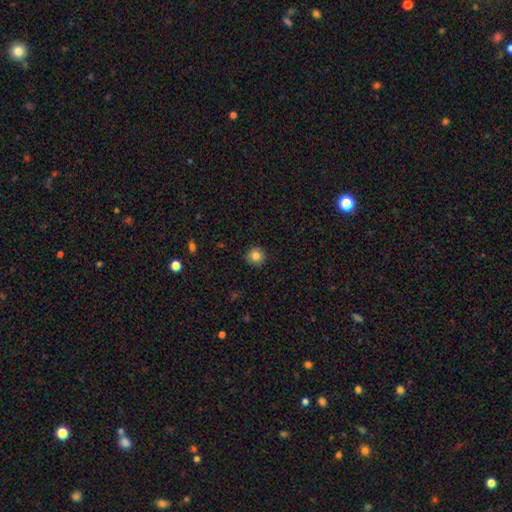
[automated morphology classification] A smooth galaxy with no disk features (84%) that is round (94%).

Vote fractions:
- Smooth or featured? smooth: 84% / star or artifact: 10% / featured or disk: 5%
- How rounded? round: 94% / in between: 5% / cigar-shaped: 1%
- Merging? none: 91% / minor disturbance: 6% / major disturbance: 2% / merger: 1%